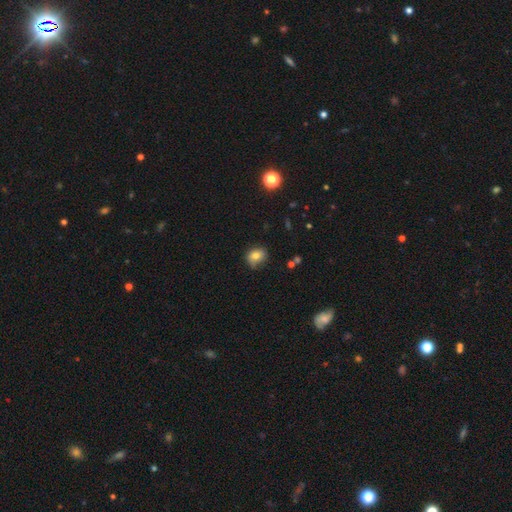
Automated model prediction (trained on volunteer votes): smooth-or-featured: smooth: 75% | featured or disk: 13% | star or artifact: 12%
  how-rounded: round: 55% | in between: 44% | cigar-shaped: 1%
  merging: none: 63% | minor disturbance: 28% | major disturbance: 7% | merger: 2%